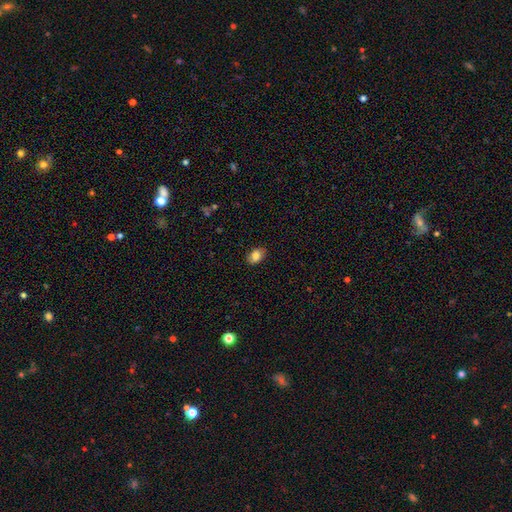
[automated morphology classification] Smooth or featured?
  - smooth: 84% *
  - star or artifact: 8%
  - featured or disk: 8%
How rounded?
  - in between: 83% *
  - round: 16%
  - cigar-shaped: 1%
Merging?
  - none: 87% *
  - minor disturbance: 10%
  - major disturbance: 2%
  - merger: 1%